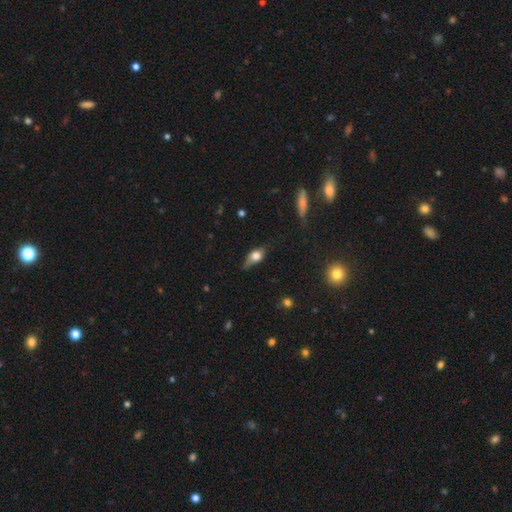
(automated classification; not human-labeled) A smooth galaxy with no disk features (61%) that is in between round and cigar-shaped (74%). Merging: none (58%).